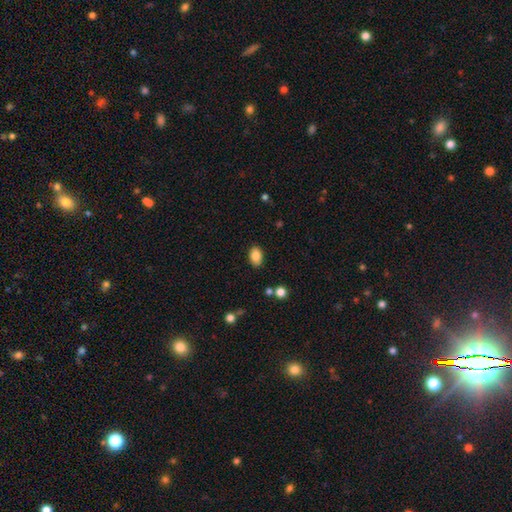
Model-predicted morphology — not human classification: Smooth or featured? smooth (86%)
How rounded? in between (85%)
Merging? none (87%)